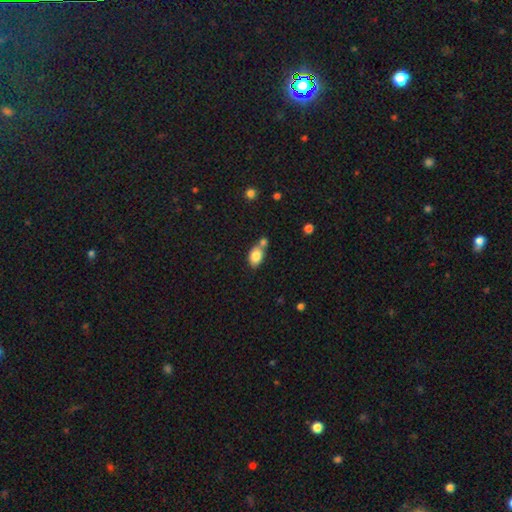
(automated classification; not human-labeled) A smooth galaxy with no disk features (83%) that is in between round and cigar-shaped (85%). Merging: none (44%).